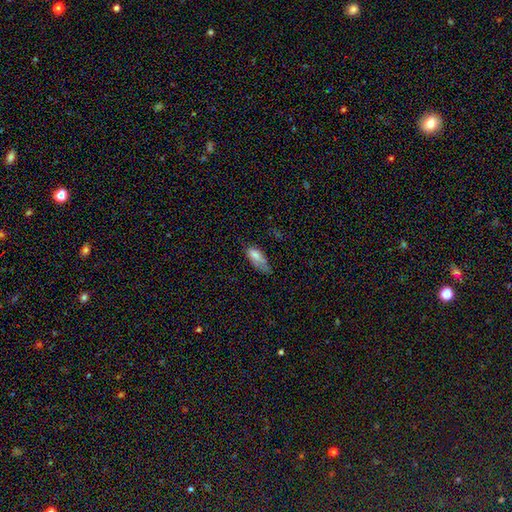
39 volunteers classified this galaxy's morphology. type=smooth (85%); roundness=in between (82%); merging=minor disturbance (43%).